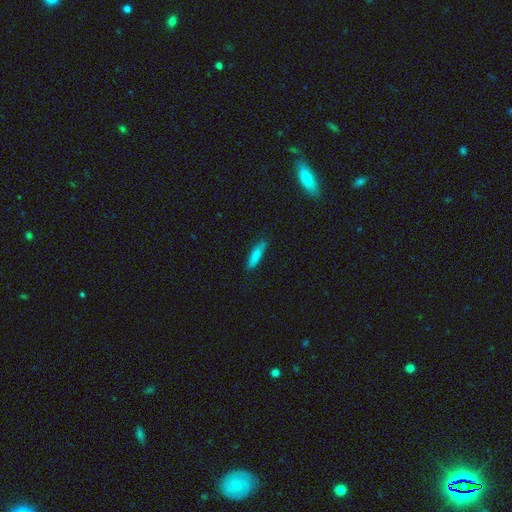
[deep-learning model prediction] The model was most divided on "how rounded": cigar-shaped: 72%, in between: 27%, round: 2%. More confident: smooth or featured — smooth (82%); merging — none (77%).